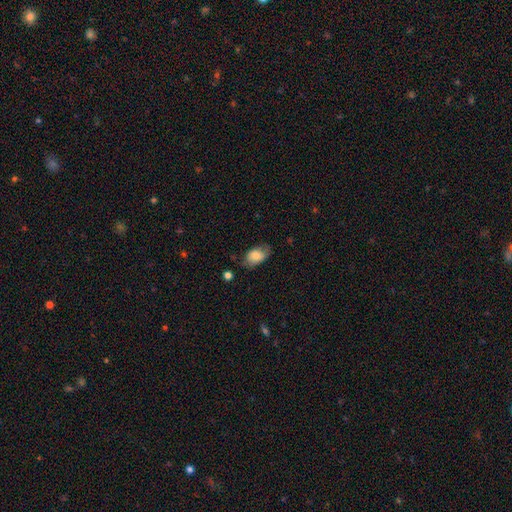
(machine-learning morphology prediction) smooth_or_featured: smooth (p=0.75) [alt: featured or disk p=0.17]
how_rounded: in between (p=0.90) [alt: round p=0.08]
merging: none (p=0.66) [alt: minor disturbance p=0.24]